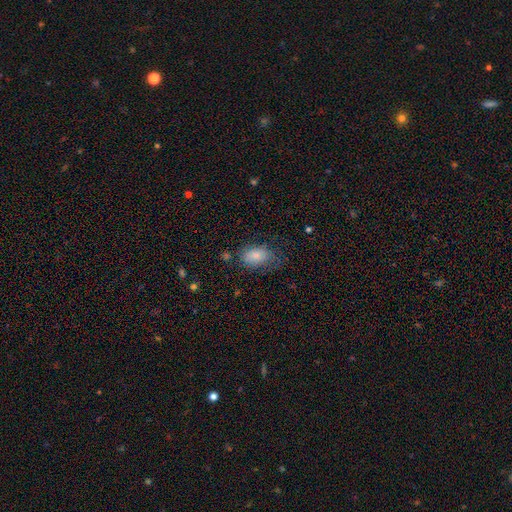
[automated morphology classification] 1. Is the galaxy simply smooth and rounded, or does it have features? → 79% smooth, 13% featured or disk, 8% star or artifact.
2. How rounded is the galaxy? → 90% in between, 8% round, 2% cigar-shaped.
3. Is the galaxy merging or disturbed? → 49% none, 31% minor disturbance, 18% major disturbance, 3% merger.